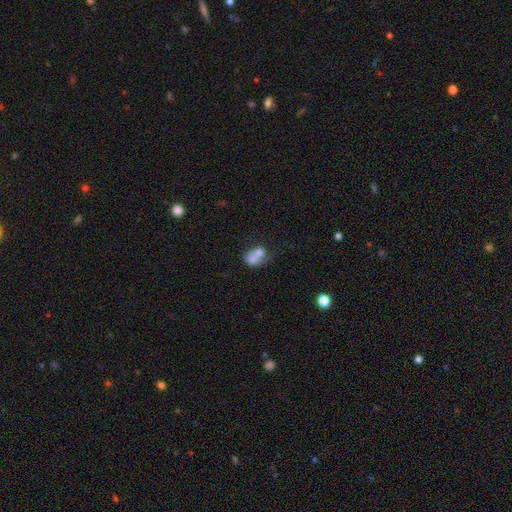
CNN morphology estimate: Smooth or featured? smooth (68%)
How rounded? in between (53%)
Merging? merger (67%)